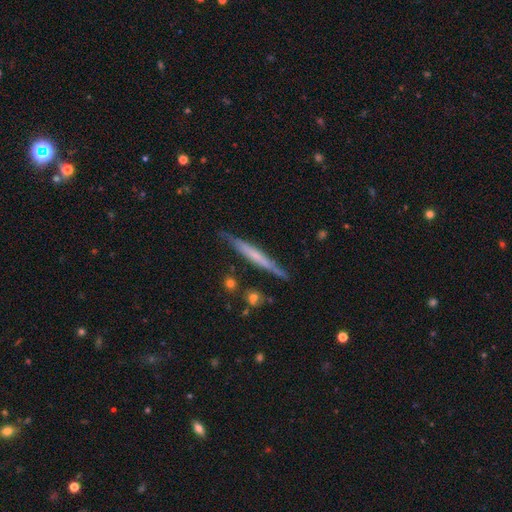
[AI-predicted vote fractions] Smooth or featured? featured or disk (56%)
Edge-on disk? yes (94%)
Edge-on bulge? none (71%)
Merging? none (82%)